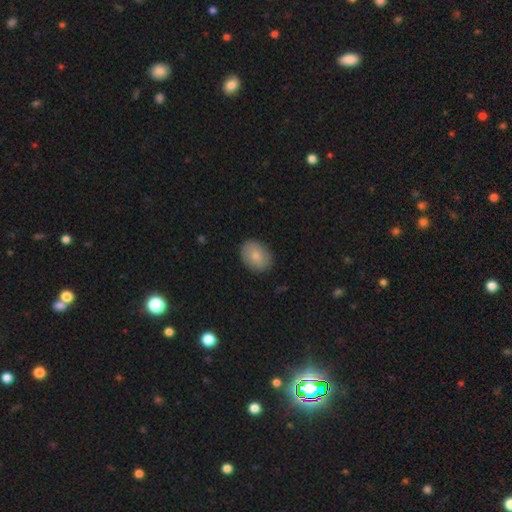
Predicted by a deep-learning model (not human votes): Smooth or featured?
  - smooth: 78% *
  - featured or disk: 15%
  - star or artifact: 7%
How rounded?
  - in between: 62% *
  - round: 37%
  - cigar-shaped: 1%
Merging?
  - none: 87% *
  - minor disturbance: 10%
  - major disturbance: 2%
  - merger: 1%